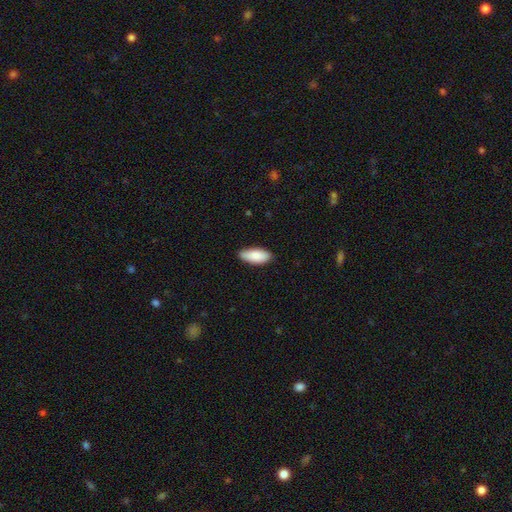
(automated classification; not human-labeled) Smooth or featured? Predicted: smooth (p=0.87). How rounded? Predicted: in between (p=0.87). Merging? Predicted: none (p=0.82).